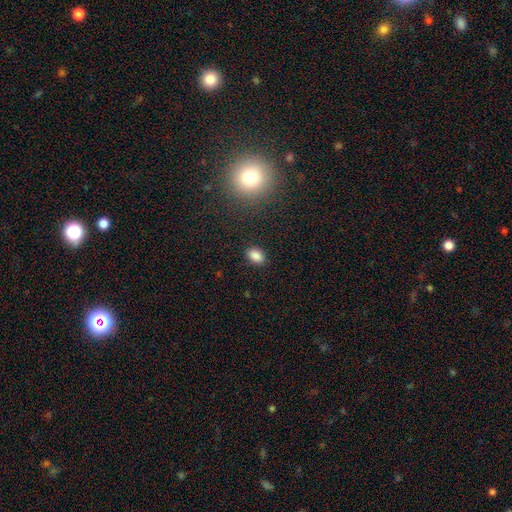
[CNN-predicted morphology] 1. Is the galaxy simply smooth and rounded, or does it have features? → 86% smooth, 11% star or artifact, 4% featured or disk.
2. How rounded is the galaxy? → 79% in between, 20% round, 1% cigar-shaped.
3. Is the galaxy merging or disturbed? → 87% none, 9% minor disturbance, 2% major disturbance, 1% merger.